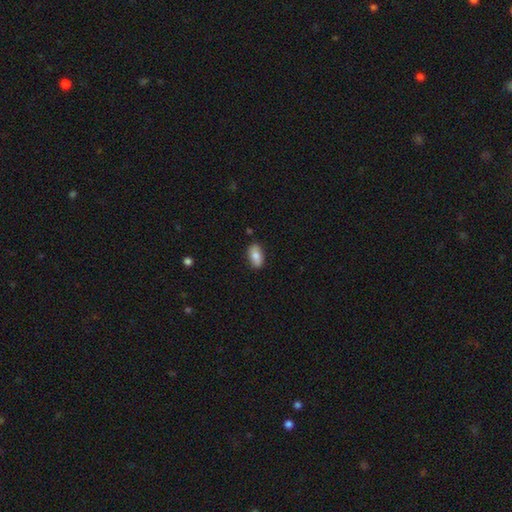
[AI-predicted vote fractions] The model was most divided on "smooth or featured": smooth: 78%, featured or disk: 16%, star or artifact: 7%. More confident: how rounded — in between (90%); merging — none (86%).